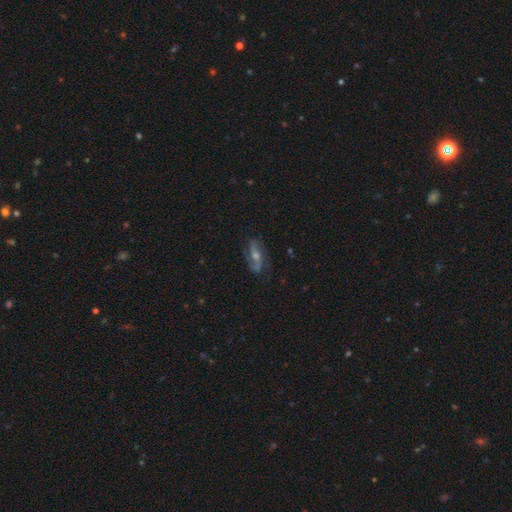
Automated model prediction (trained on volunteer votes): This appears to be a featured or disk galaxy (77%) with a weak bar (38%), 2 (82%) medium (42%) spiral arms (91%) and a moderate central bulge (60%). Merging: none (78%).